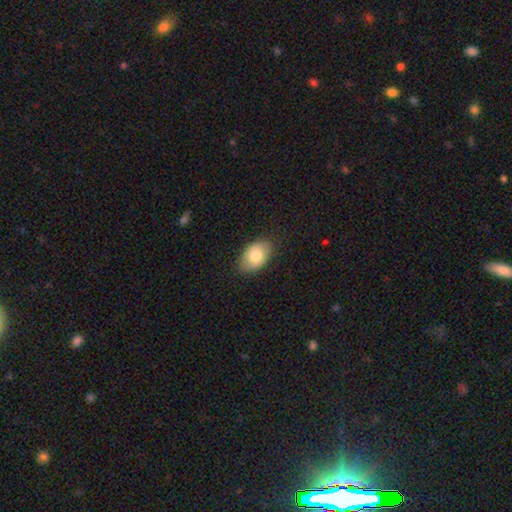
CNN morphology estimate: Q: Smooth or featured?
A: smooth (76%); runner-up: featured or disk (18%)
Q: How rounded?
A: in between (89%); runner-up: round (10%)
Q: Merging?
A: none (81%); runner-up: minor disturbance (15%)